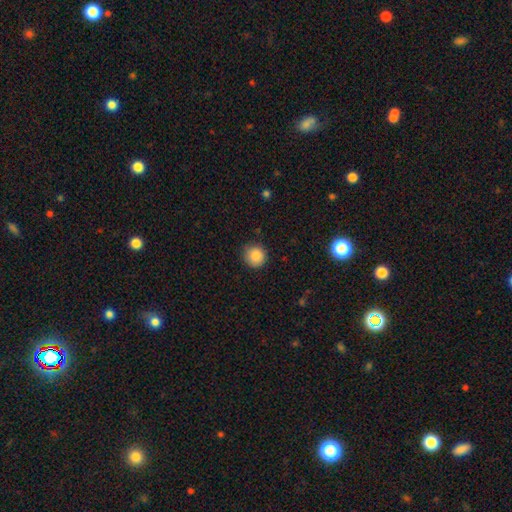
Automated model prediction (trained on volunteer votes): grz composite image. It shows a smooth galaxy with no disk features (87%) that is round (93%). Merging: none (85%).